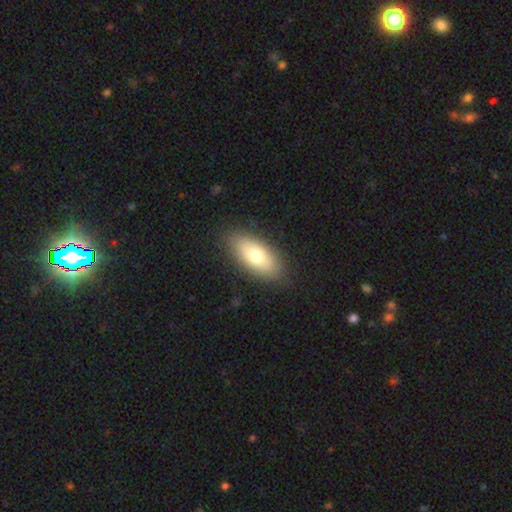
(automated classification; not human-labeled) This appears to be a smooth galaxy with no disk features (72%) that is in between round and cigar-shaped (87%). Merging: none (87%).